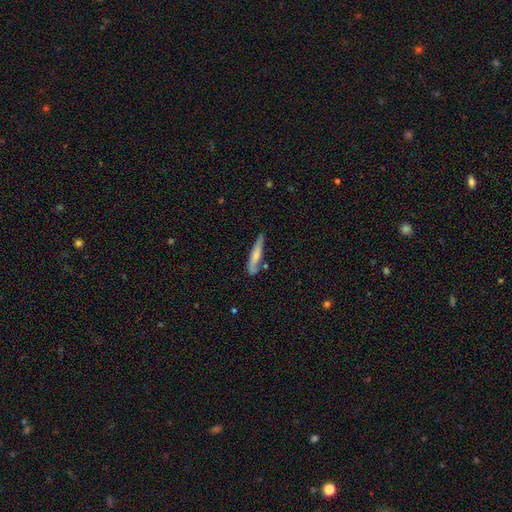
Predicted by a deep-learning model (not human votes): smooth 62%, featured or disk 33%, star or artifact 6%. Down the decision tree: how rounded — cigar-shaped (87%); merging — none (68%).